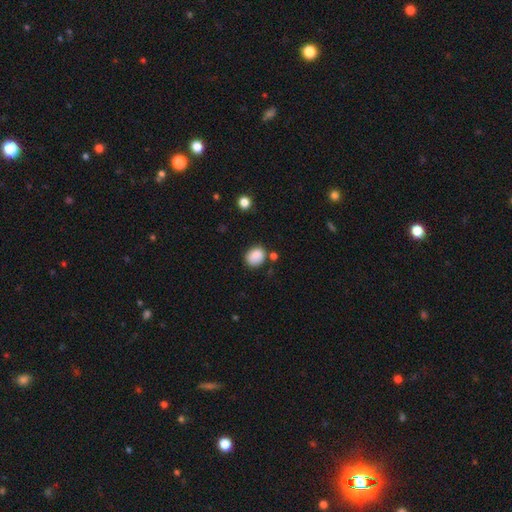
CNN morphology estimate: This is clearly a smooth galaxy (87%). How rounded: possibly round (55%). Merging: likely none (73%).